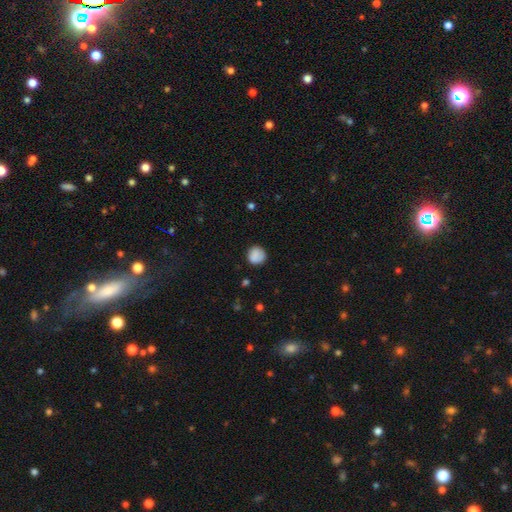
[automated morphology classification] Smooth or featured: smooth — 87% (star or artifact — 9%)
How rounded: round — 91% (in between — 8%)
Merging: none — 84% (minor disturbance — 12%)